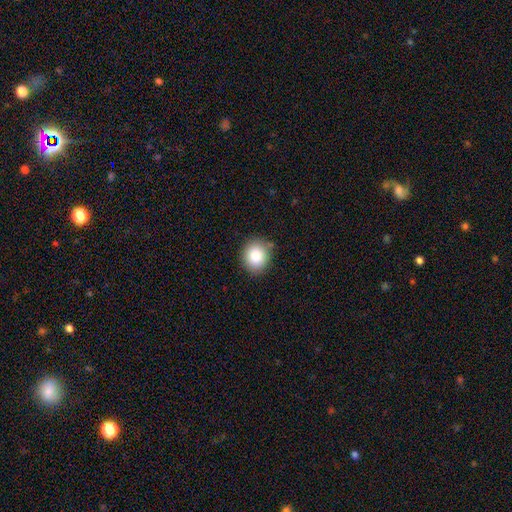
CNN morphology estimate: This appears to be a smooth galaxy with no disk features (85%) that is round (78%). Merging: none (84%).